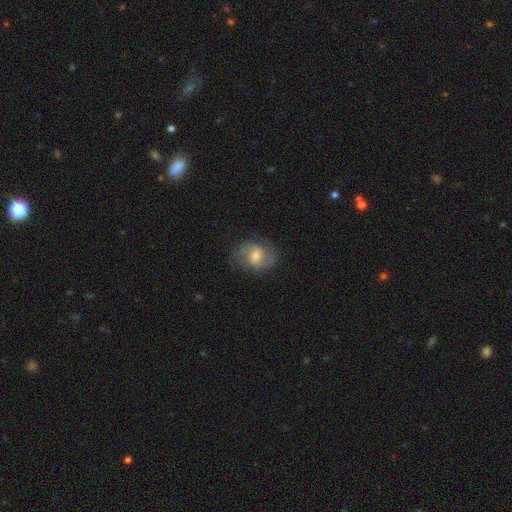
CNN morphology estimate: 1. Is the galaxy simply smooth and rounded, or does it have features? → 63% featured or disk, 30% smooth, 8% star or artifact.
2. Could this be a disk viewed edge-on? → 97% no, 3% yes.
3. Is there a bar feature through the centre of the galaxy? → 48% weak, 40% no, 12% strong.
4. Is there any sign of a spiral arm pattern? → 88% yes, 12% no.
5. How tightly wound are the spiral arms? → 49% medium, 29% loose, 22% tight.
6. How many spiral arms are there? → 83% 2, 9% can't tell, 3% 1, 2% 3, 1% 4, 1% more than 4.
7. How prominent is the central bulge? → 54% moderate, 37% small, 5% large, 3% none, 1% dominant.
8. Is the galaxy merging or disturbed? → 74% none, 17% minor disturbance, 8% major disturbance, 1% merger.